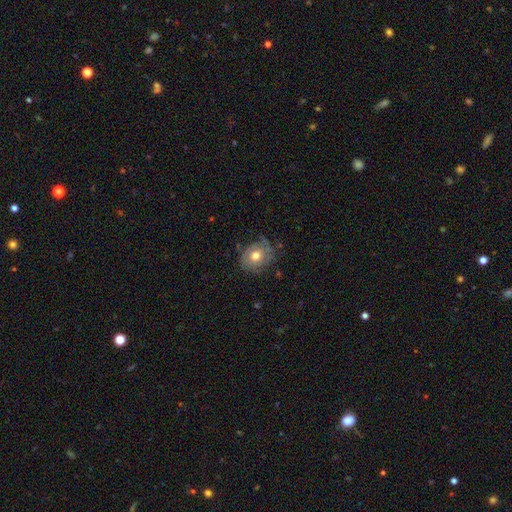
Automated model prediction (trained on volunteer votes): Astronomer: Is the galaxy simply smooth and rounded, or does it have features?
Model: smooth — 48% (runner-up: featured or disk, 44%).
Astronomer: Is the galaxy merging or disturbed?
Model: none — 64%.